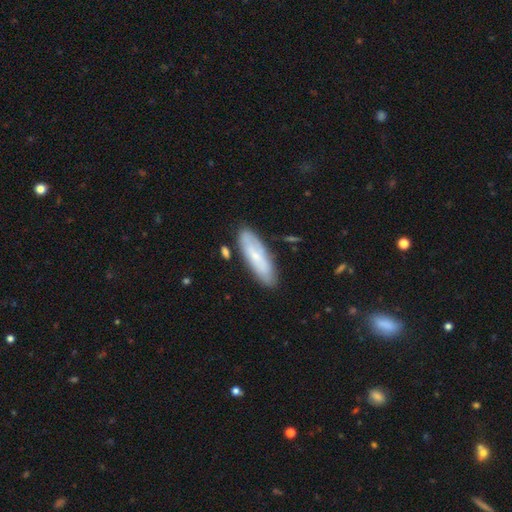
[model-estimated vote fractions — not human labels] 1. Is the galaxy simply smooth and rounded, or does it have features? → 55% smooth, 38% featured or disk, 7% star or artifact.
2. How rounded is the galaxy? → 54% cigar-shaped, 44% in between, 2% round.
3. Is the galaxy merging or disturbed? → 80% none, 14% minor disturbance, 3% major disturbance, 3% merger.